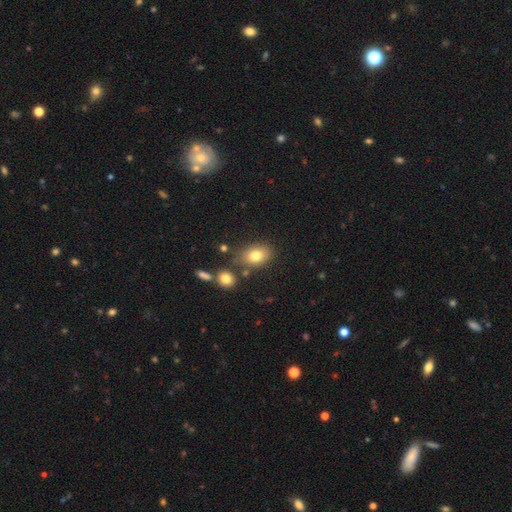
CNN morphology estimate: Smooth or featured? Predicted: smooth (p=0.78). How rounded? Predicted: in between (p=0.79). Merging? Predicted: none (p=0.73).